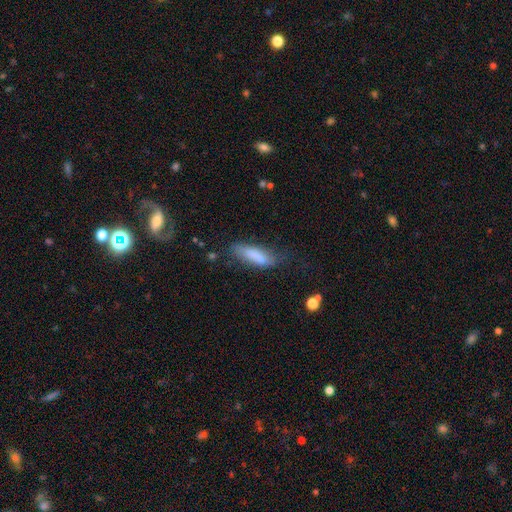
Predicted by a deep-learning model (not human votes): Smooth or featured: smooth — 79% (featured or disk — 13%)
How rounded: in between — 50% (cigar-shaped — 48%)
Merging: none — 52% (minor disturbance — 30%)